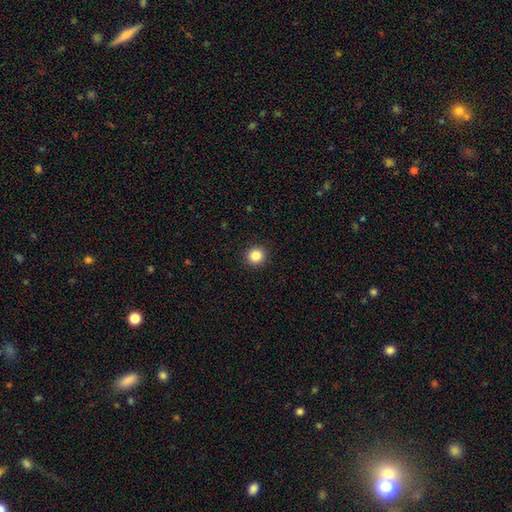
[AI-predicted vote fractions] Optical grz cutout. It shows a smooth galaxy with no disk features (85%) that is round (93%). Merging: none (93%).